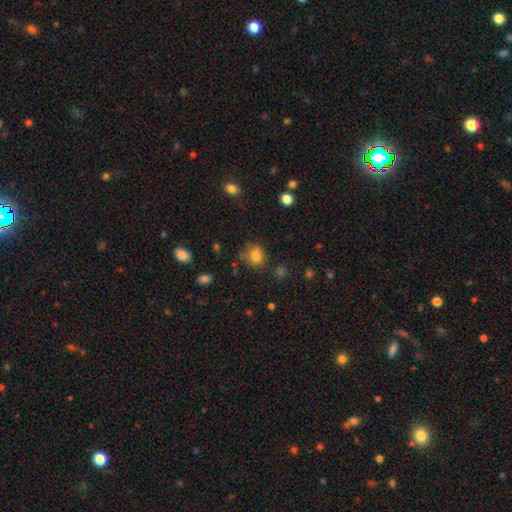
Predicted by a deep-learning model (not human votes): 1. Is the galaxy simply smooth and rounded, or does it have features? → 79% smooth, 13% star or artifact, 8% featured or disk.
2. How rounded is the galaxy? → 72% round, 27% in between, 1% cigar-shaped.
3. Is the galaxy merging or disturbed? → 68% none, 22% minor disturbance, 6% major disturbance, 4% merger.